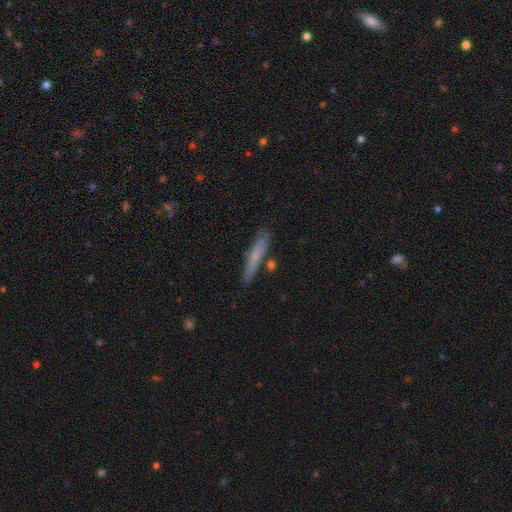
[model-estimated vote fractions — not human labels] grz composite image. It shows a smooth galaxy with no disk features (64%) that is cigar-shaped (93%). Merging: none (82%).